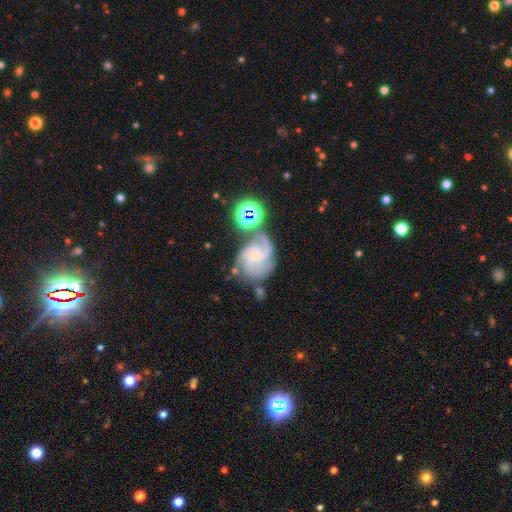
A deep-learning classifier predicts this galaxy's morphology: Q: Smooth or featured?
A: featured or disk (85%); runner-up: star or artifact (8%)
Q: Edge-on disk?
A: no (98%); runner-up: yes (2%)
Q: Bar?
A: no (63%); runner-up: weak (31%)
Q: Spiral arms?
A: yes (98%); runner-up: no (2%)
Q: Spiral winding?
A: medium (48%); runner-up: tight (42%)
Q: Spiral arm count?
A: 3 (51%); runner-up: 4 (17%)
Q: Bulge size?
A: small (69%); runner-up: moderate (24%)
Q: Merging?
A: none (56%); runner-up: minor disturbance (21%)